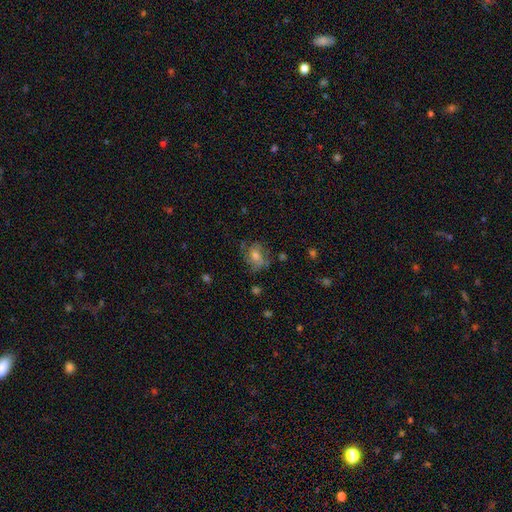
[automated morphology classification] Smooth or featured? Predicted: featured or disk (p=0.49). Merging? Predicted: none (p=0.64).